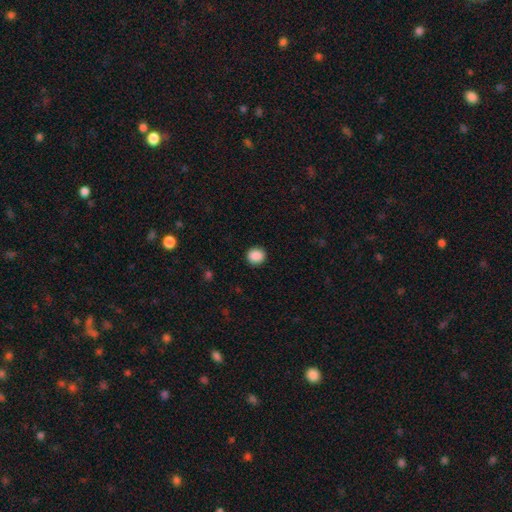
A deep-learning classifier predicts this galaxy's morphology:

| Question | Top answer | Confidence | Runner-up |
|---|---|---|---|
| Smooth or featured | smooth | 89% | star or artifact (9%) |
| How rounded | round | 85% | in between (14%) |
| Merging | none | 91% | minor disturbance (6%) |